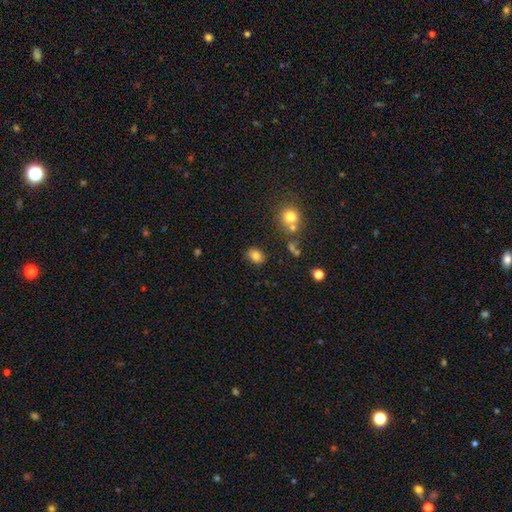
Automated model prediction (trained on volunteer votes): Smooth or featured? Predicted: smooth (p=0.81). How rounded? Predicted: in between (p=0.63). Merging? Predicted: none (p=0.80).